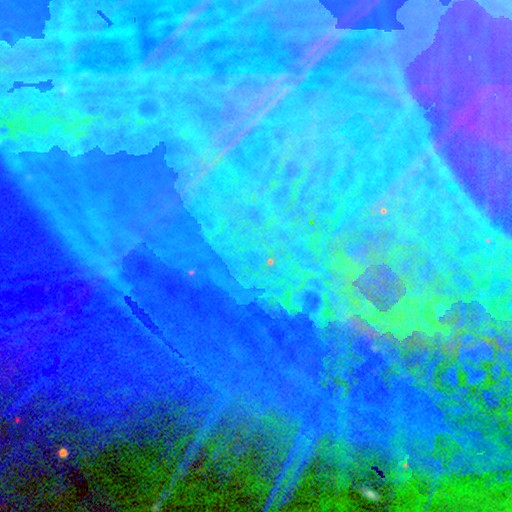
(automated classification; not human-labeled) star or artifact 83%, featured or disk 9%, smooth 8%.